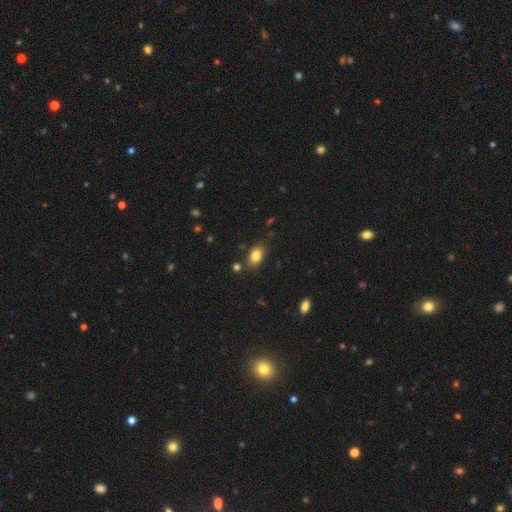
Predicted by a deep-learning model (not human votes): Q: Smooth or featured?
A: smooth (82%); runner-up: star or artifact (9%)
Q: How rounded?
A: in between (87%); runner-up: round (11%)
Q: Merging?
A: none (82%); runner-up: minor disturbance (11%)